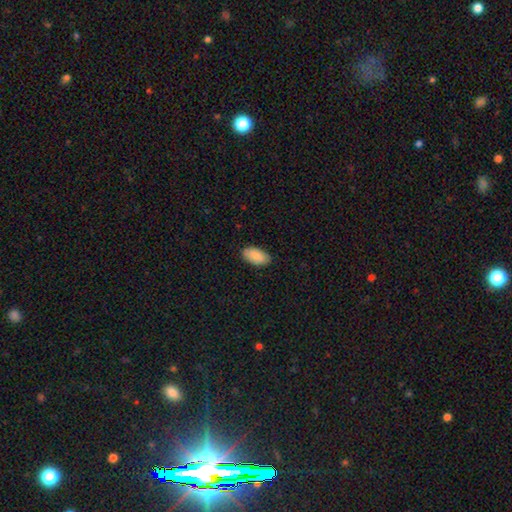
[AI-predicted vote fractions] Smooth or featured? Predicted: smooth (p=0.89). How rounded? Predicted: in between (p=0.95). Merging? Predicted: none (p=0.87).